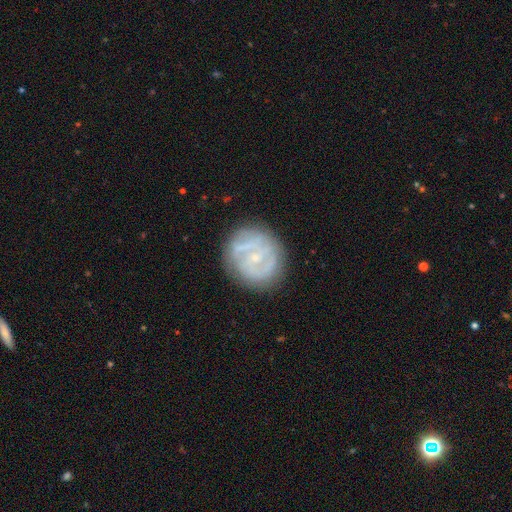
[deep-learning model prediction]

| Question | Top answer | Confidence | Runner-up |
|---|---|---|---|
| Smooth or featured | featured or disk | 67% | smooth (23%) |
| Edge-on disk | no | 97% | yes (3%) |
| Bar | no | 42% | weak (41%) |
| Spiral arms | yes | 76% | no (24%) |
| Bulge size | small | 75% | moderate (17%) |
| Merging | none | 81% | minor disturbance (13%) |